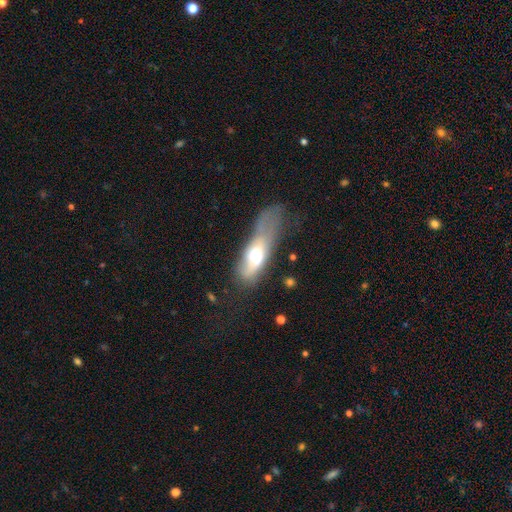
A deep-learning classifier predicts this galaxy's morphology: type=smooth (58%); roundness=in between (65%); merging=major disturbance (45%).